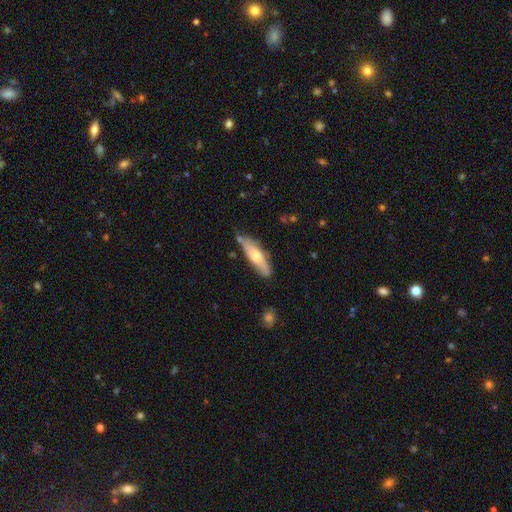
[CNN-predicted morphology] Overall: smooth (56%; featured or disk 38%). How rounded: cigar-shaped (61%; in between 37%). Merging: none (71%).